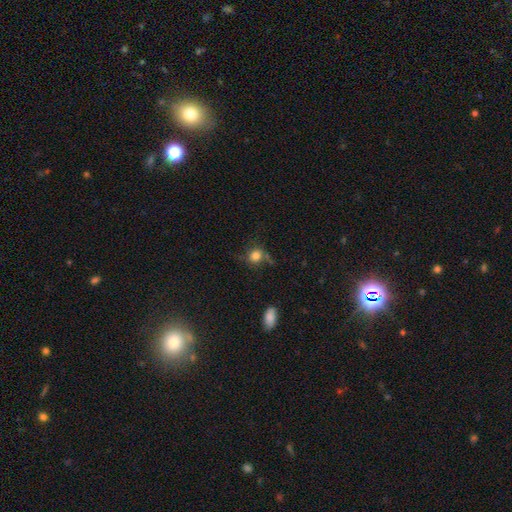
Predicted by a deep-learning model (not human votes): smooth-or-featured: smooth: 79% | star or artifact: 12% | featured or disk: 9%
  how-rounded: round: 81% | in between: 18% | cigar-shaped: 1%
  merging: none: 62% | minor disturbance: 20% | major disturbance: 9% | merger: 8%